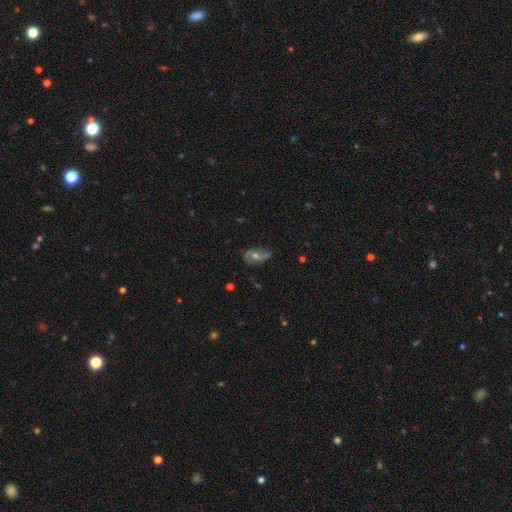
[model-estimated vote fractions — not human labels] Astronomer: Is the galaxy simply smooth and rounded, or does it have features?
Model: featured or disk — 55%.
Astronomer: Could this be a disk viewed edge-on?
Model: no — 92%.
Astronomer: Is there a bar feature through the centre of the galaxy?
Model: no — 67%.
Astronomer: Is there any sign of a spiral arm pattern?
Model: yes — 71%.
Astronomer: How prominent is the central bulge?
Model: moderate — 60%.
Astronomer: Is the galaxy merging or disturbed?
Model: none — 54%.